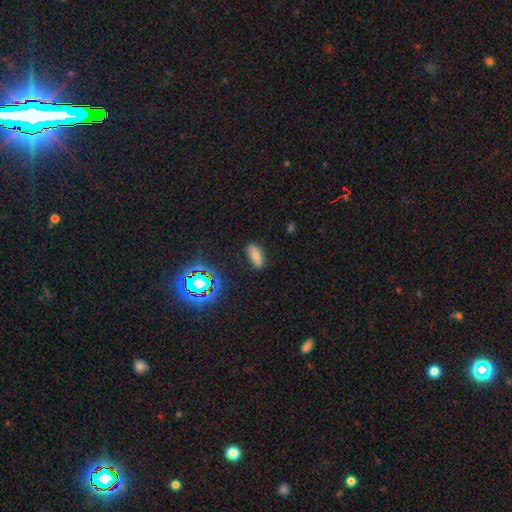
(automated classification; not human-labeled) A smooth galaxy with no disk features (62%) that is in between round and cigar-shaped (79%).

Vote fractions:
- Smooth or featured? smooth: 62% / star or artifact: 20% / featured or disk: 19%
- How rounded? in between: 79% / cigar-shaped: 16% / round: 5%
- Merging? none: 80% / minor disturbance: 15% / major disturbance: 4% / merger: 2%